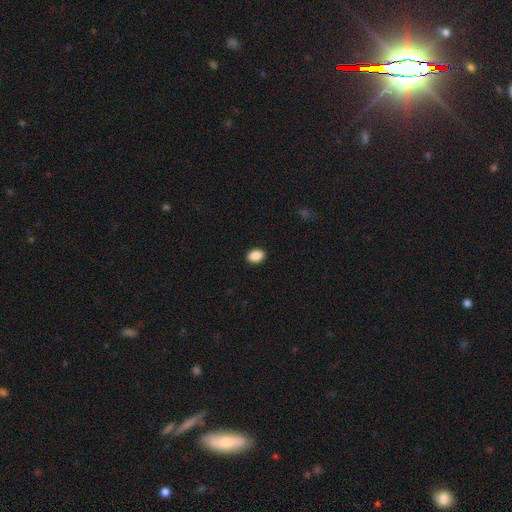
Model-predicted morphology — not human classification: type=smooth (89%); roundness=in between (79%); merging=none (91%).